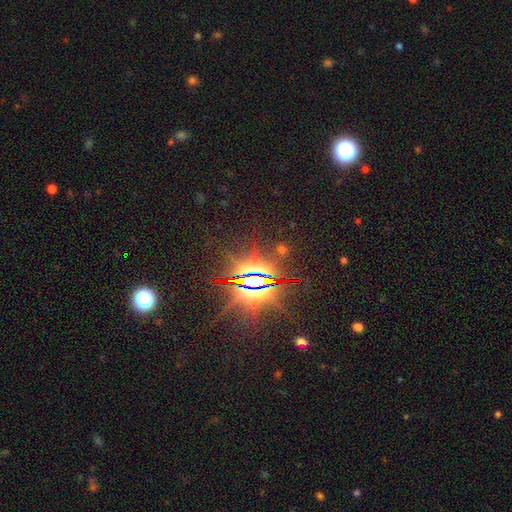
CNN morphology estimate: type=star or artifact (86%).